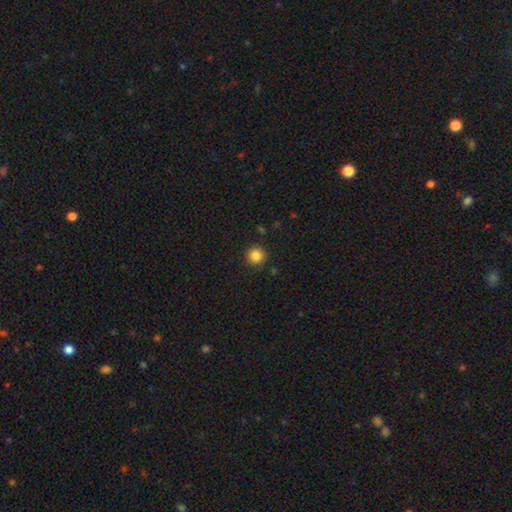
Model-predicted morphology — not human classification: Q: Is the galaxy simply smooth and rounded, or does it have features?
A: smooth — 85%.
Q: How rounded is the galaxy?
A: round — 95%.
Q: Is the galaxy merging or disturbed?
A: none — 91%.